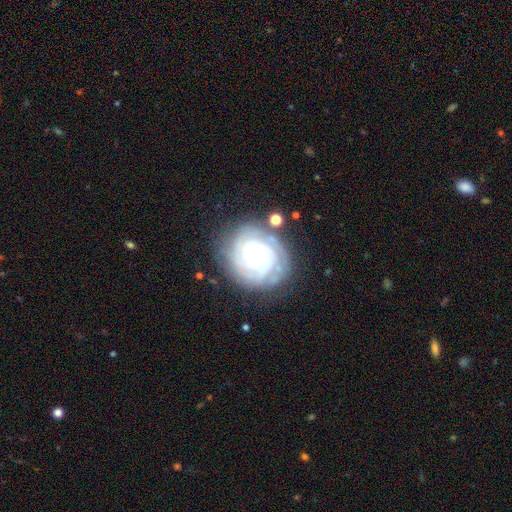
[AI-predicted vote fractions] The model was most divided on "bulge size": small: 51%, moderate: 43%, large: 3%, none: 1%, dominant: 1%. Remaining: edge-on disk — no (98%); spiral arms — yes (94%); spiral winding — tight (83%); smooth or featured — featured or disk (82%); bar — no (77%); merging — none (75%); spiral arm count — can't tell (38%).